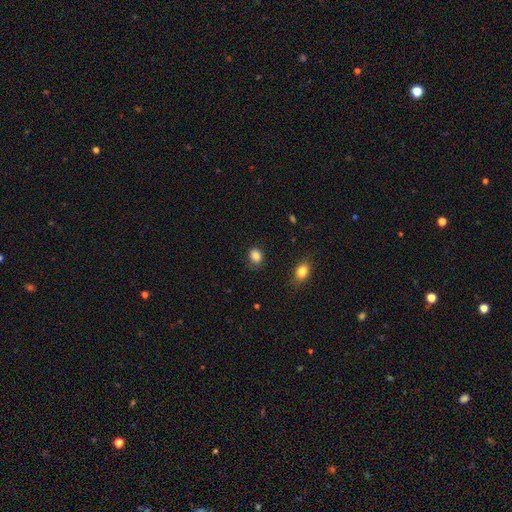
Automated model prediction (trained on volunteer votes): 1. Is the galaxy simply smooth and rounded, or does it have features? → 86% smooth, 10% star or artifact, 4% featured or disk.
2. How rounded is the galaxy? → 54% in between, 45% round, 1% cigar-shaped.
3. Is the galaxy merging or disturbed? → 74% none, 20% minor disturbance, 5% major disturbance, 2% merger.